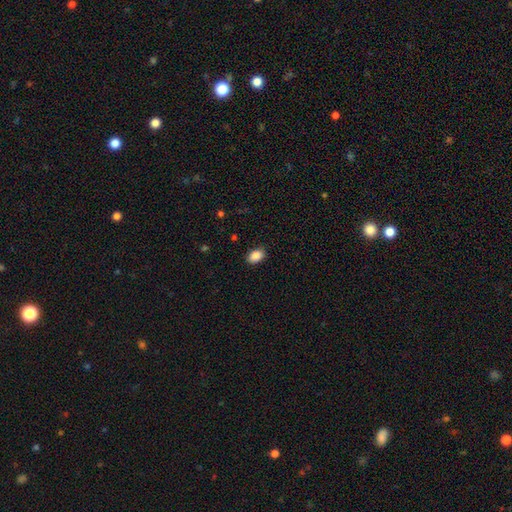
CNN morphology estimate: This appears to be a smooth galaxy with no disk features (88%) that is in between round and cigar-shaped (85%). Merging: none (88%).